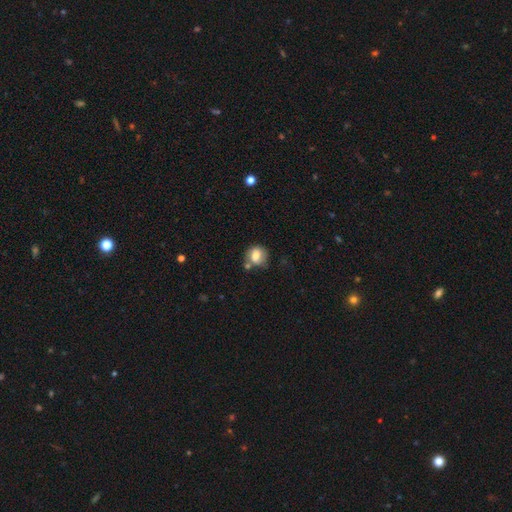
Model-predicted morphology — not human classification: smooth-or-featured: smooth: 71% | featured or disk: 20% | star or artifact: 9%
  how-rounded: round: 73% | in between: 26% | cigar-shaped: 1%
  merging: none: 53% | merger: 21% | minor disturbance: 19% | major disturbance: 7%